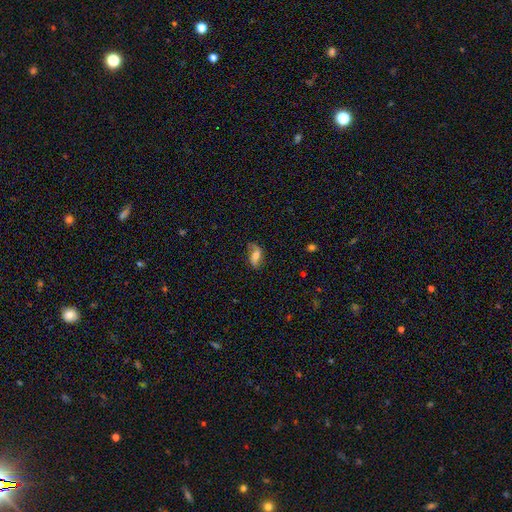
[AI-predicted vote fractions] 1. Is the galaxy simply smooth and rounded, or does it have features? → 47% smooth, 44% featured or disk, 9% star or artifact.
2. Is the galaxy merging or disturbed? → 63% none, 25% minor disturbance, 10% major disturbance, 2% merger.